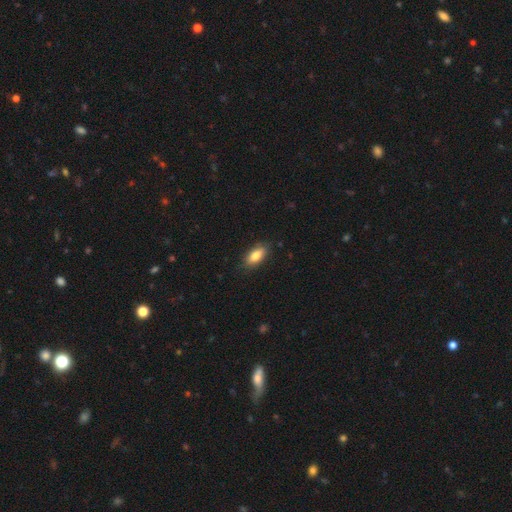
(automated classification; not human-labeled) Smooth or featured: smooth — 80% (featured or disk — 13%)
How rounded: in between — 84% (cigar-shaped — 13%)
Merging: none — 85% (minor disturbance — 12%)